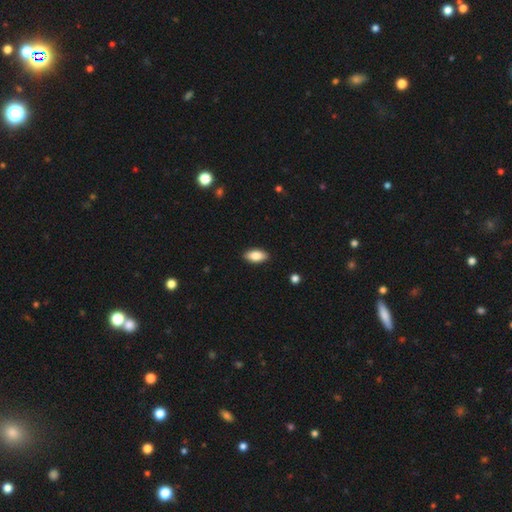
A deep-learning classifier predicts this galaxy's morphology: smooth-or-featured: smooth: 83% | featured or disk: 11% | star or artifact: 7%
  how-rounded: in between: 90% | cigar-shaped: 7% | round: 3%
  merging: none: 89% | minor disturbance: 8% | major disturbance: 2% | merger: 1%